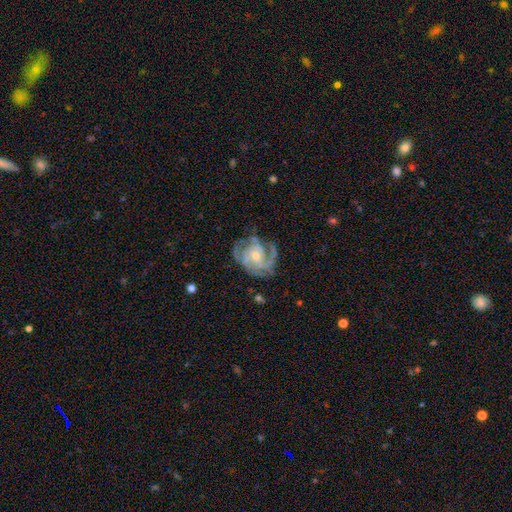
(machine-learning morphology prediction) A featured or disk galaxy (88%) with no bar (65%), 3 (35%) tight (51%) spiral arms (96%) and a small central bulge (60%). Merging: none (65%).